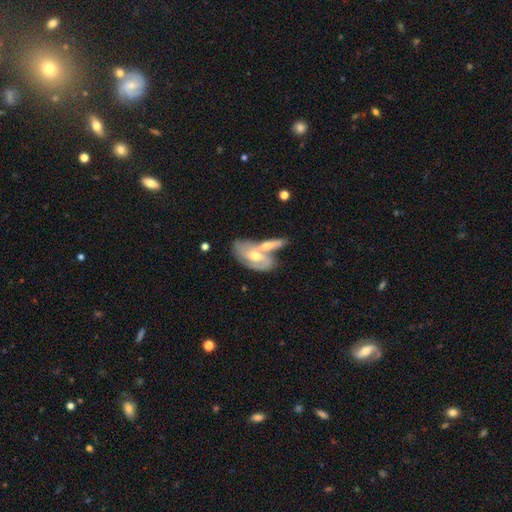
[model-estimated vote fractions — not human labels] Smooth or featured: featured or disk — 63% (smooth — 31%)
Edge-on disk: no — 86% (yes — 14%)
Bar: no — 59% (weak — 32%)
Spiral arms: yes — 73% (no — 27%)
Bulge size: moderate — 64% (small — 30%)
Merging: merger — 55% (none — 28%)